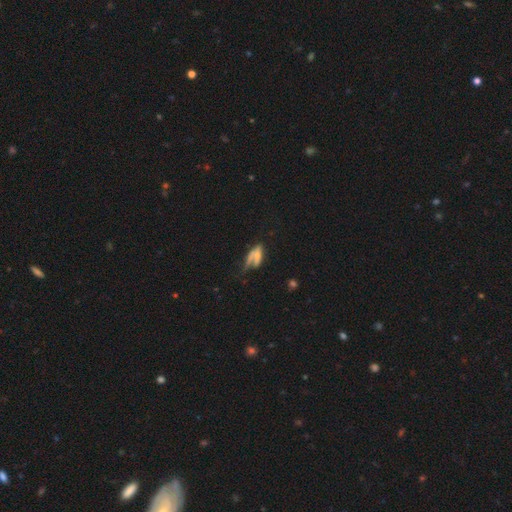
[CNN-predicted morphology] smooth 48%, featured or disk 38%, star or artifact 15%. Down the decision tree: merging — none (33%).